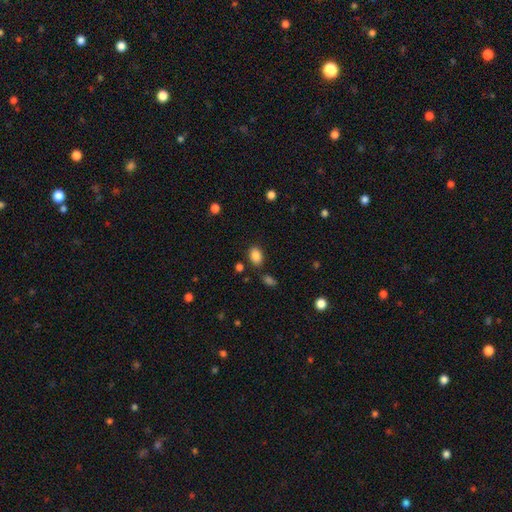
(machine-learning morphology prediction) This is clearly a smooth galaxy (86%). How rounded: clearly in between (81%). Merging: likely none (79%).